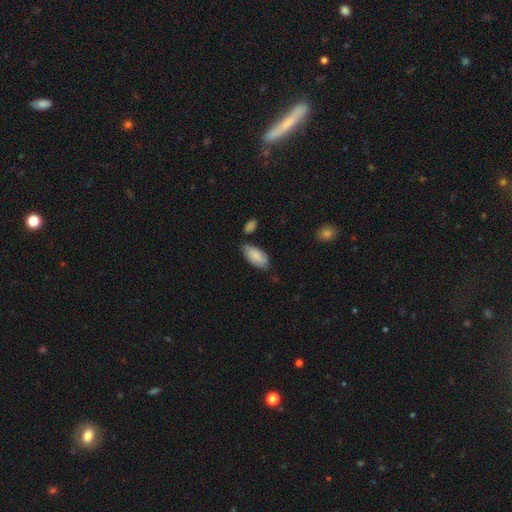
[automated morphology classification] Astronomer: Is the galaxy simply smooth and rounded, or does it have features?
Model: smooth — 85%.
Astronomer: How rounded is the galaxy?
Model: in between — 93%.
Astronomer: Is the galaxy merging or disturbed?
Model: none — 66%.